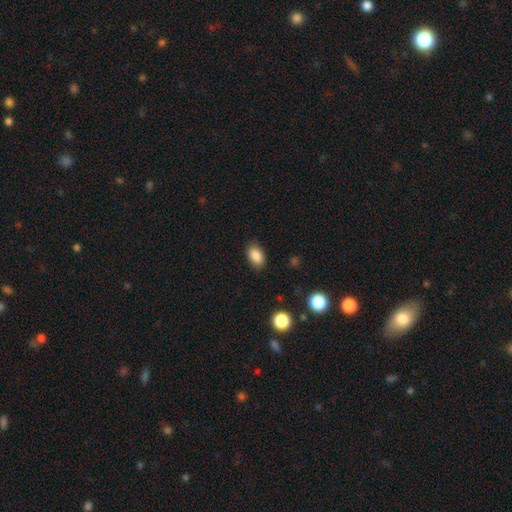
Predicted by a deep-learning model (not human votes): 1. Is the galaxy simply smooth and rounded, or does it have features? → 87% smooth, 8% star or artifact, 5% featured or disk.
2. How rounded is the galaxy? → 89% in between, 9% round, 2% cigar-shaped.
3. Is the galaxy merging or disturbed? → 86% none, 10% minor disturbance, 3% major disturbance, 1% merger.